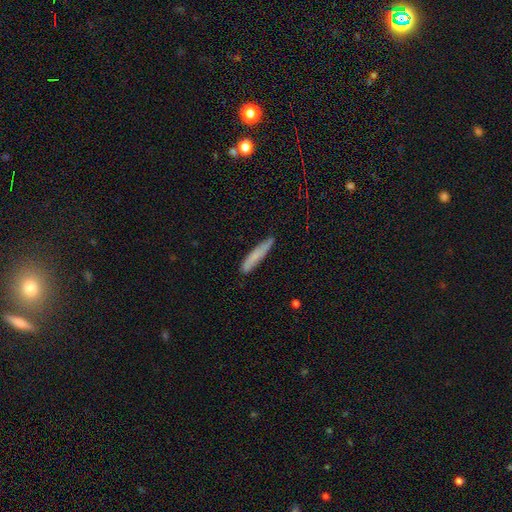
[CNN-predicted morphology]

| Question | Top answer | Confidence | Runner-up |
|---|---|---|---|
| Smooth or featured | smooth | 73% | featured or disk (19%) |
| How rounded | cigar-shaped | 93% | in between (5%) |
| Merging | none | 84% | minor disturbance (12%) |